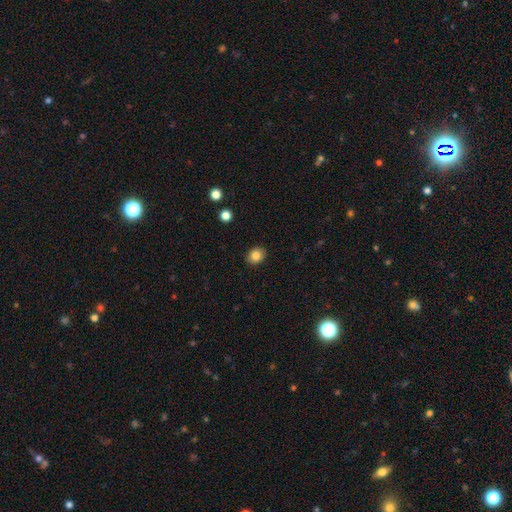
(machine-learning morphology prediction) This is clearly a smooth galaxy (84%). How rounded: possibly round (55%). Merging: clearly none (90%).